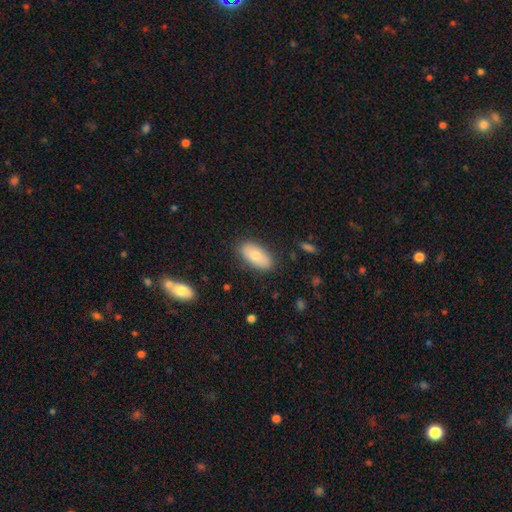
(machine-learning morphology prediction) The model was most divided on "smooth or featured": smooth: 78%, featured or disk: 16%, star or artifact: 6%. More confident: how rounded — in between (92%); merging — none (84%).